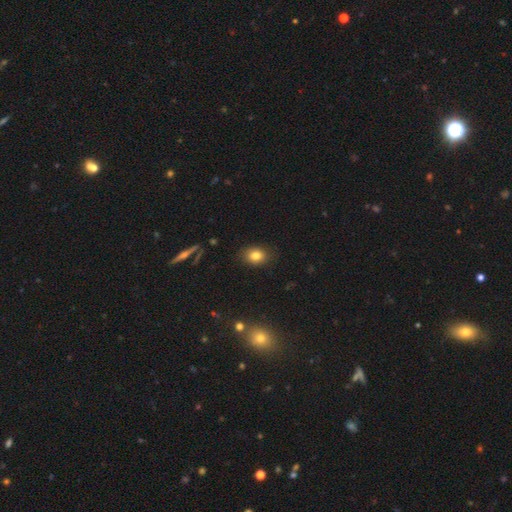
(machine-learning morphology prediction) smooth 80%, star or artifact 11%, featured or disk 9%. Down the decision tree: how rounded — in between (62%); merging — none (85%).